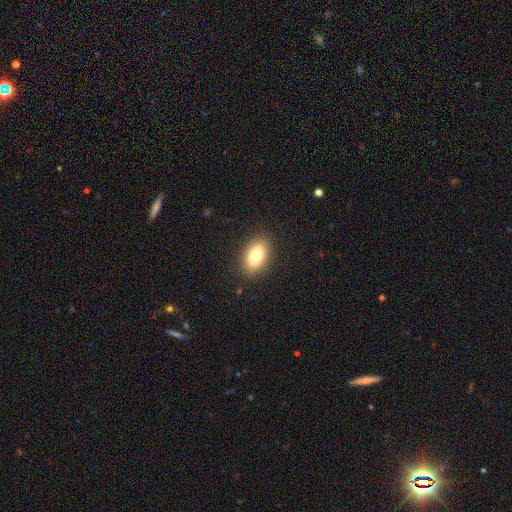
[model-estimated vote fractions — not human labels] Q: Smooth or featured?
A: smooth (80%); runner-up: featured or disk (12%)
Q: How rounded?
A: in between (90%); runner-up: round (6%)
Q: Merging?
A: none (88%); runner-up: minor disturbance (9%)